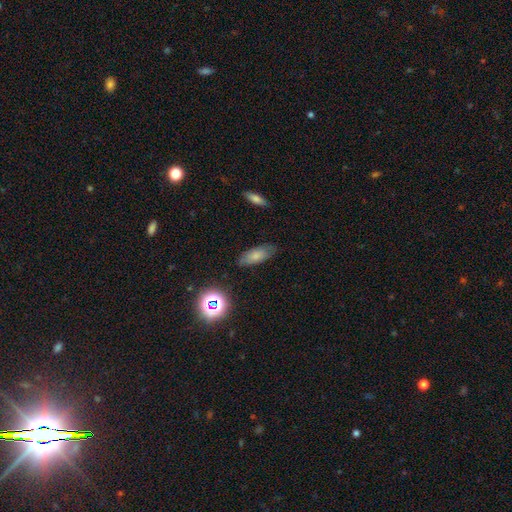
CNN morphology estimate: This appears to be a smooth galaxy with no disk features (73%) that is in between round and cigar-shaped (81%). Merging: none (79%).